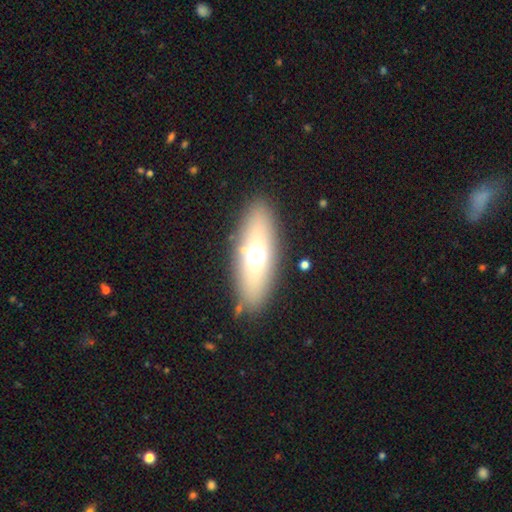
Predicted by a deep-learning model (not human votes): smooth 61%, featured or disk 29%, star or artifact 10%. Down the decision tree: how rounded — in between (66%); merging — none (84%).